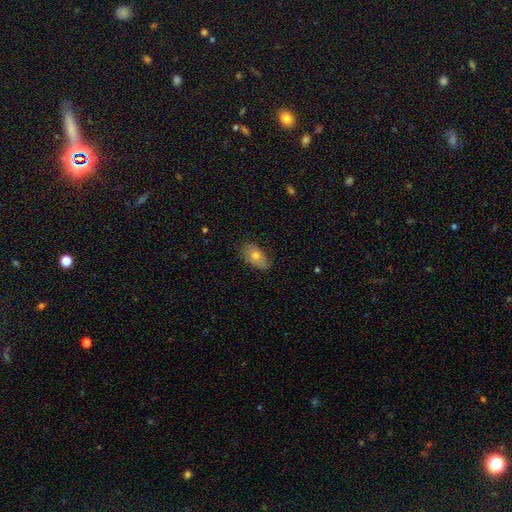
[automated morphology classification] Smooth or featured?
  - smooth: 69% *
  - featured or disk: 24%
  - star or artifact: 8%
How rounded?
  - in between: 90% *
  - round: 8%
  - cigar-shaped: 2%
Merging?
  - none: 73% *
  - minor disturbance: 21%
  - major disturbance: 4%
  - merger: 1%